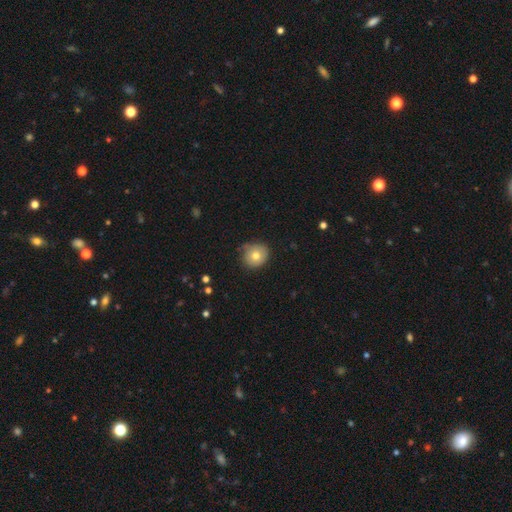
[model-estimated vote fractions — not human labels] smooth 75%, featured or disk 15%, star or artifact 10%. Down the decision tree: how rounded — round (85%); merging — none (69%).